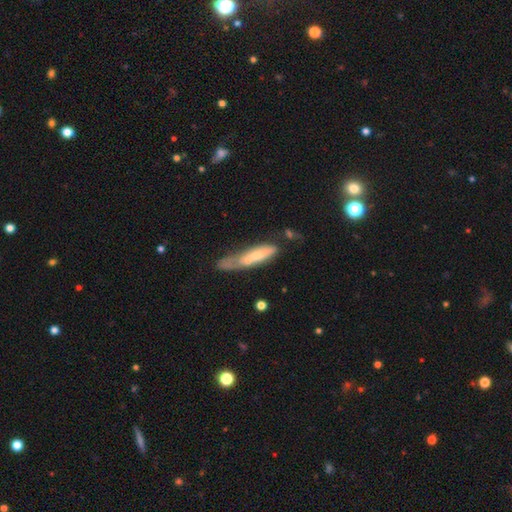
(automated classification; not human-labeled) A smooth galaxy with no disk features (56%) that is cigar-shaped (75%). Merging: none (34%).